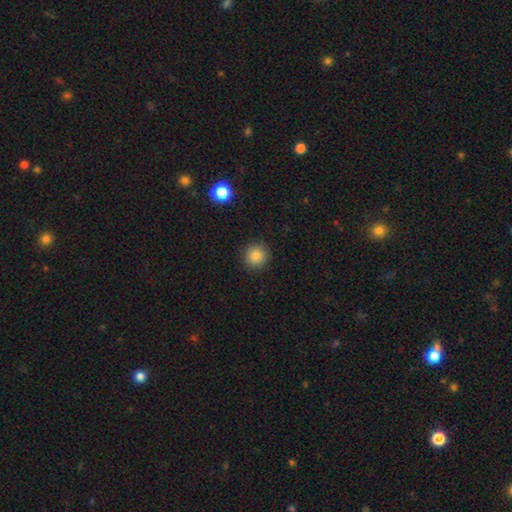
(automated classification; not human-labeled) Smooth or featured? Predicted: smooth (p=0.85). How rounded? Predicted: round (p=0.93). Merging? Predicted: none (p=0.91).